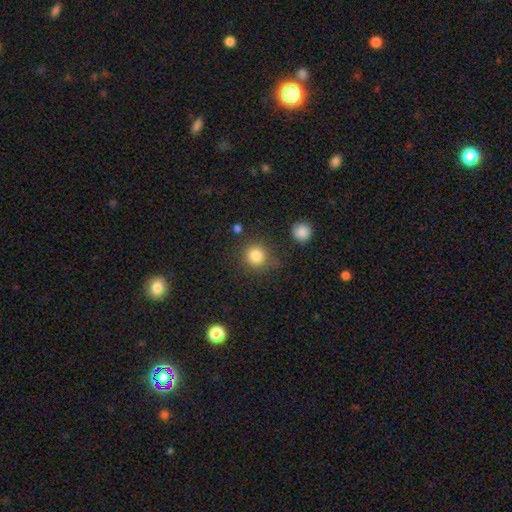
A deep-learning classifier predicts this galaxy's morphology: Smooth or featured? smooth (83%)
How rounded? round (91%)
Merging? none (77%)